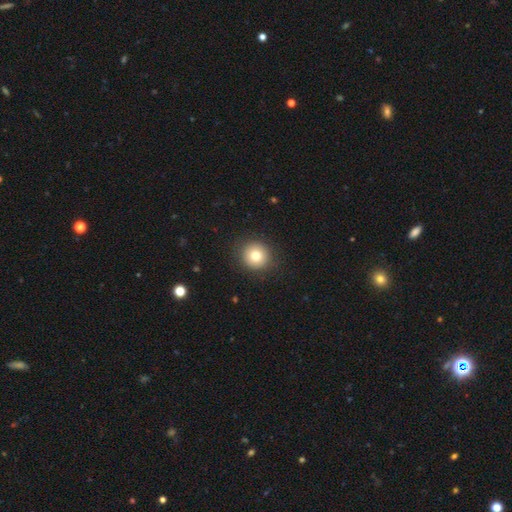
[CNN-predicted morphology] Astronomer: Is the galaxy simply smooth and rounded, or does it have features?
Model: smooth — 78%.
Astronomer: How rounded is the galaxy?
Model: round — 93%.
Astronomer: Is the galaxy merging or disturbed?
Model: none — 90%.